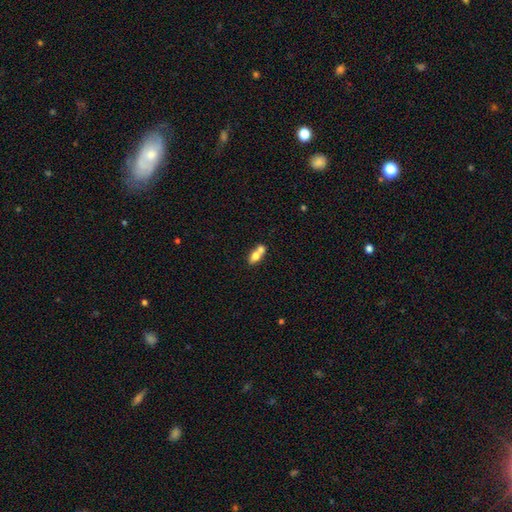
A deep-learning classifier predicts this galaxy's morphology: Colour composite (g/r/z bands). It shows a smooth galaxy with no disk features (70%) that is in between round and cigar-shaped (76%). Merging: merger (64%).